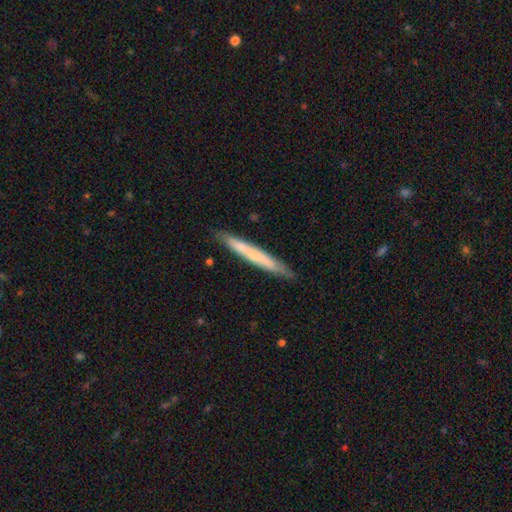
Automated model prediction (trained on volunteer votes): This appears to be a smooth galaxy with no disk features (57%) that is cigar-shaped (96%). Merging: none (85%).